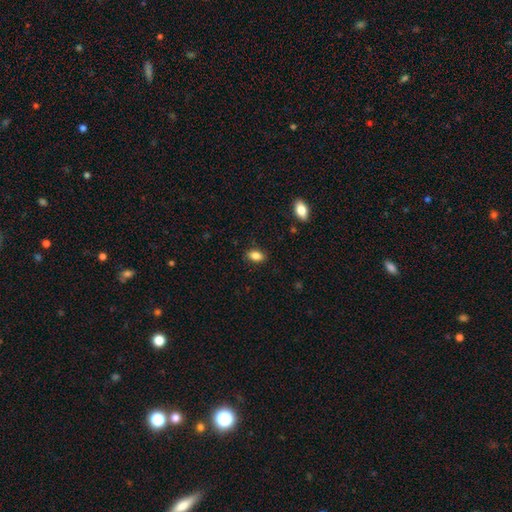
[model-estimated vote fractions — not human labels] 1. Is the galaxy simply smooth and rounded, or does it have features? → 85% smooth, 9% star or artifact, 6% featured or disk.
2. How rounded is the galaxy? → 87% in between, 9% round, 3% cigar-shaped.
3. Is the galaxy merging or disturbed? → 85% none, 11% minor disturbance, 2% major disturbance, 1% merger.